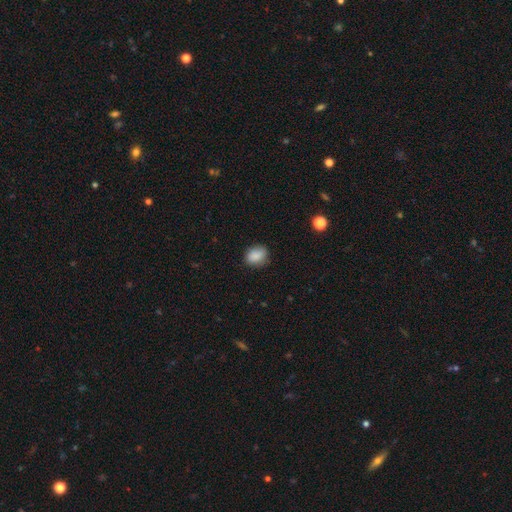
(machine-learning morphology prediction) smooth-or-featured: smooth: 87% | star or artifact: 8% | featured or disk: 4%
  how-rounded: in between: 55% | round: 44% | cigar-shaped: 1%
  merging: none: 82% | minor disturbance: 14% | major disturbance: 3% | merger: 1%